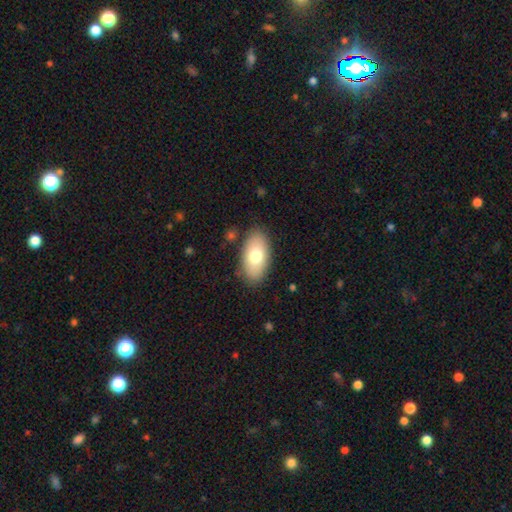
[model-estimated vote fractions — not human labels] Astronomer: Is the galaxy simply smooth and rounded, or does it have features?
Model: smooth — 74%.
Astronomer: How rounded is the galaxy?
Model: in between — 93%.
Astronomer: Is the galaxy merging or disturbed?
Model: none — 84%.